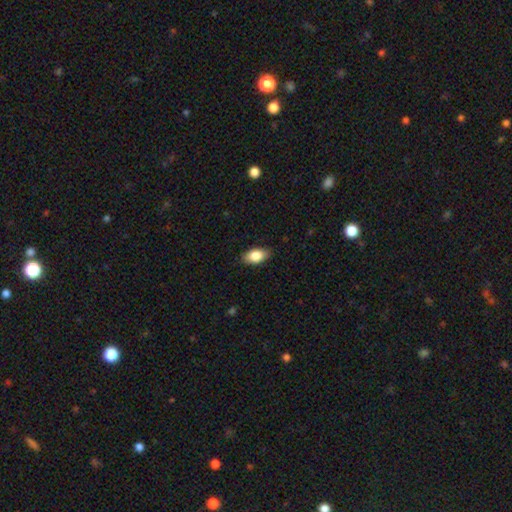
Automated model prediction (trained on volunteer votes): Morphology: type=smooth (84%); roundness=in between (91%); merging=none (86%).